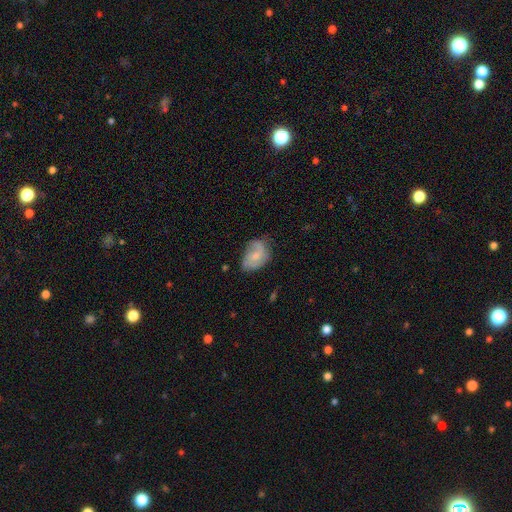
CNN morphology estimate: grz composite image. It shows a smooth galaxy with no disk features (50%). Merging: none (45%).